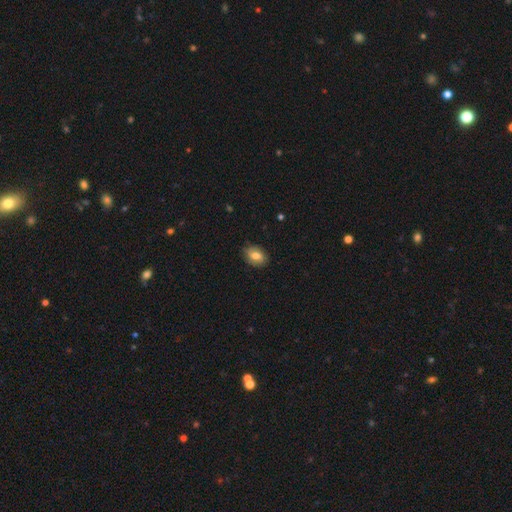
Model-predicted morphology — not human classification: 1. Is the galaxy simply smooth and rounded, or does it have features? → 74% smooth, 18% featured or disk, 8% star or artifact.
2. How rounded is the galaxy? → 77% in between, 22% round, 2% cigar-shaped.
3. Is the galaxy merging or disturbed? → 82% none, 14% minor disturbance, 3% major disturbance, 1% merger.